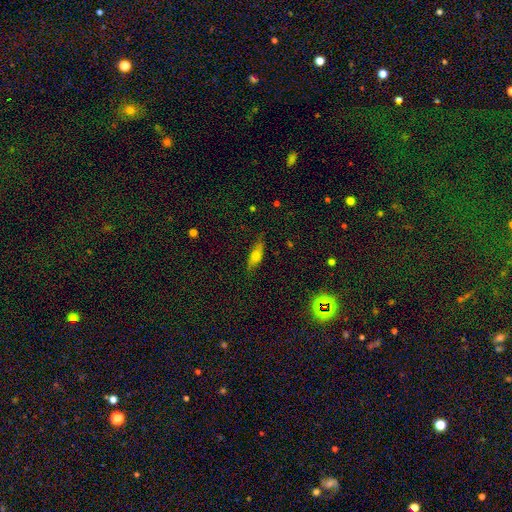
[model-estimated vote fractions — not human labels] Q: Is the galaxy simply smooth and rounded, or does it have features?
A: smooth — 60%.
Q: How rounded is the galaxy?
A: in between — 55%.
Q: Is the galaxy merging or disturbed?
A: none — 76%.